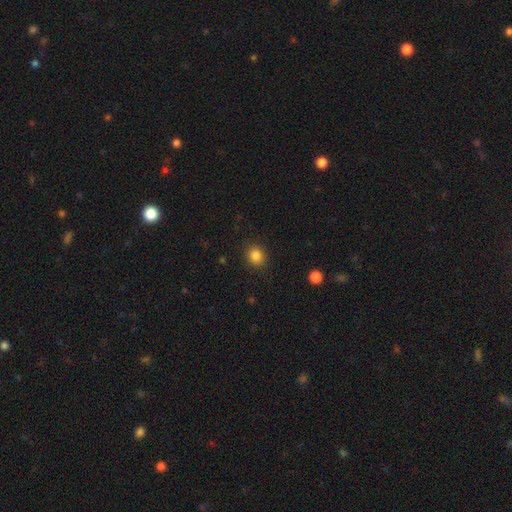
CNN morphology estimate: A smooth galaxy with no disk features (85%) that is round (76%).

Vote fractions:
- Smooth or featured? smooth: 85% / star or artifact: 11% / featured or disk: 4%
- How rounded? round: 76% / in between: 23% / cigar-shaped: 1%
- Merging? none: 89% / minor disturbance: 7% / major disturbance: 3% / merger: 1%